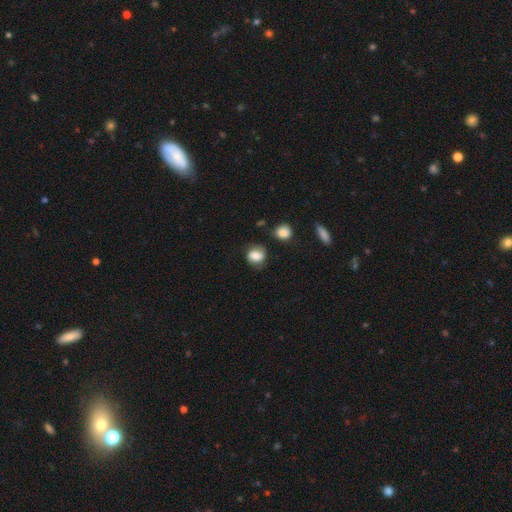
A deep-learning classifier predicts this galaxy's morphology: Smooth or featured?
  - smooth: 73% *
  - featured or disk: 18%
  - star or artifact: 9%
How rounded?
  - round: 55% *
  - in between: 44%
  - cigar-shaped: 1%
Merging?
  - none: 65% *
  - minor disturbance: 23%
  - major disturbance: 8%
  - merger: 4%